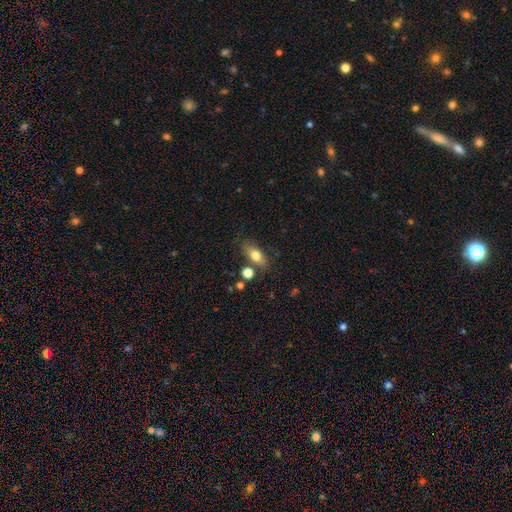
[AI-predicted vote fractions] Smooth or featured?
  - smooth: 76% *
  - featured or disk: 16%
  - star or artifact: 9%
How rounded?
  - in between: 79% *
  - cigar-shaped: 12%
  - round: 8%
Merging?
  - none: 73% *
  - minor disturbance: 15%
  - merger: 8%
  - major disturbance: 4%